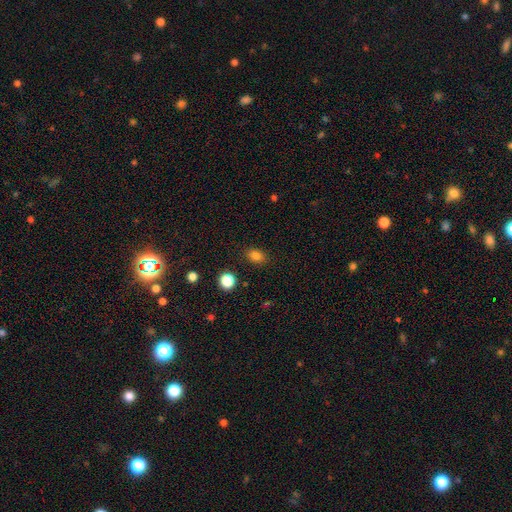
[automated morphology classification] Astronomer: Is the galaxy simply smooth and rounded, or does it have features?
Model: smooth — 82%.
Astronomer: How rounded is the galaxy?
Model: in between — 71%.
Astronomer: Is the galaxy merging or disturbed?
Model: none — 86%.